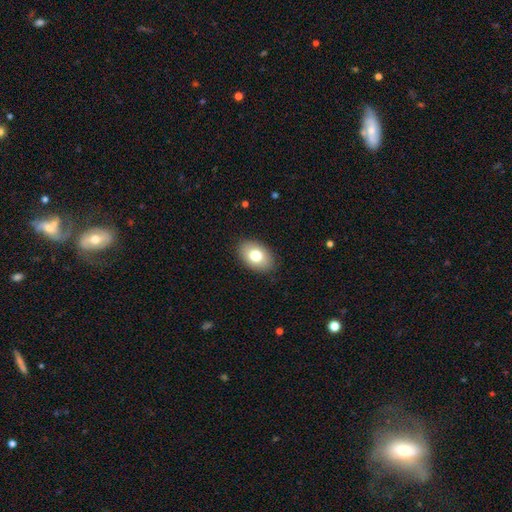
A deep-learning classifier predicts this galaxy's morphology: Smooth or featured: smooth — 78% (featured or disk — 15%)
How rounded: in between — 87% (round — 12%)
Merging: none — 88% (minor disturbance — 9%)